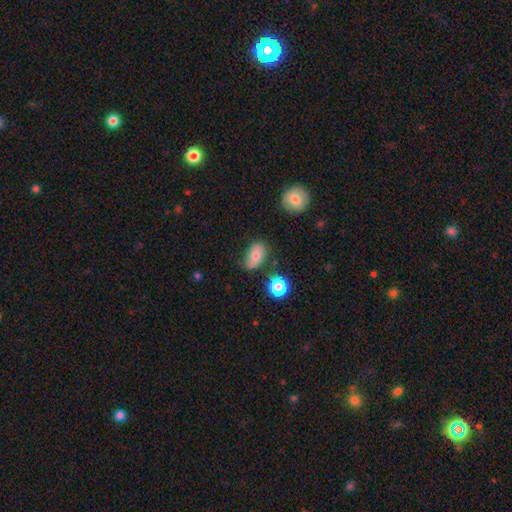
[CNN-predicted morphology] smooth 68%, featured or disk 22%, star or artifact 10%. Down the decision tree: how rounded — in between (84%); merging — none (58%).